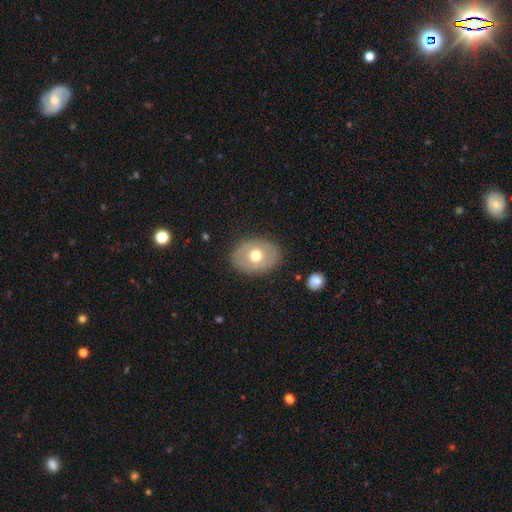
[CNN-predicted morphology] Smooth or featured: smooth — 56% (featured or disk — 37%)
How rounded: in between — 62% (round — 37%)
Merging: none — 85% (minor disturbance — 10%)